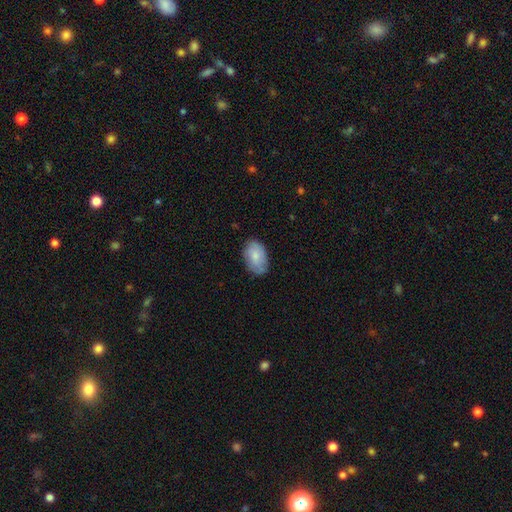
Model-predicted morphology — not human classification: This is likely a smooth galaxy (77%). How rounded: clearly in between (90%). Merging: likely none (75%).